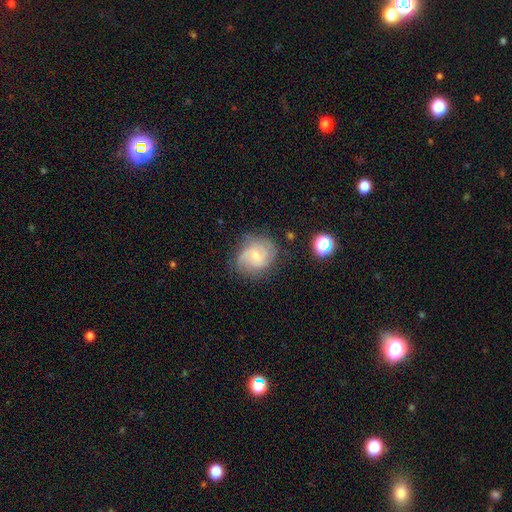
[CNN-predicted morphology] A featured or disk galaxy (67%) with a weak bar (49%), 2 (45%) medium (43%) spiral arms (91%) and a small central bulge (56%).

Vote fractions:
- Smooth or featured? featured or disk: 67% / smooth: 25% / star or artifact: 8%
- Edge-on disk? no: 98% / yes: 2%
- Bar? weak: 49% / no: 43% / strong: 7%
- Spiral arms? yes: 91% / no: 9%
- Spiral winding? medium: 43% / tight: 40% / loose: 17%
- Spiral arm count? 2: 45% / can't tell: 27% / 3: 17% / 1: 4% / 4: 4% / more than 4: 3%
- Bulge size? small: 56% / moderate: 39% / none: 3% / large: 2% / dominant: 1%
- Merging? none: 67% / minor disturbance: 22% / major disturbance: 9% / merger: 2%